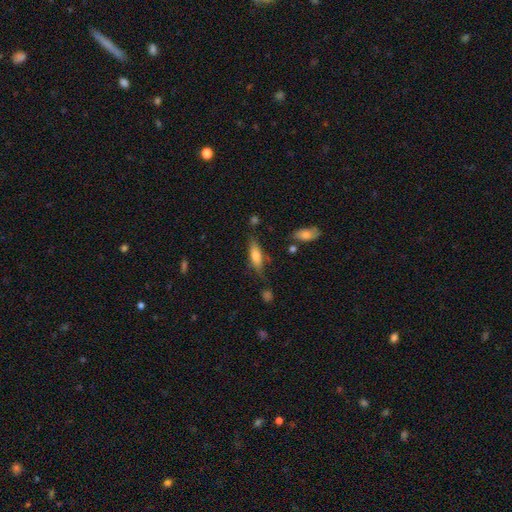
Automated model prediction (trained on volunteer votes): The model was most divided on "how rounded": in between: 52%, cigar-shaped: 45%, round: 2%. More confident: smooth or featured — smooth (69%); merging — none (64%).